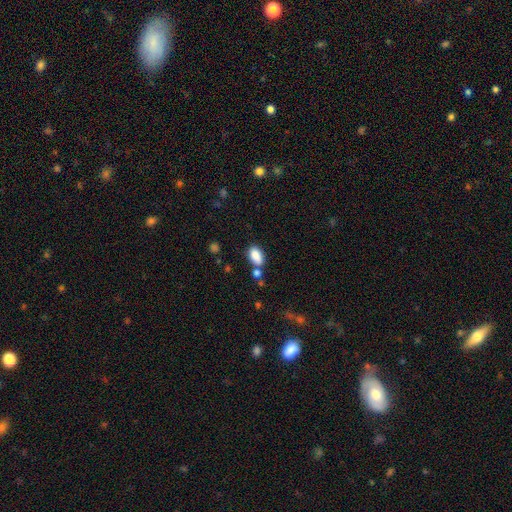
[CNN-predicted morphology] smooth 85%, star or artifact 8%, featured or disk 6%. Down the decision tree: how rounded — in between (91%); merging — none (61%).